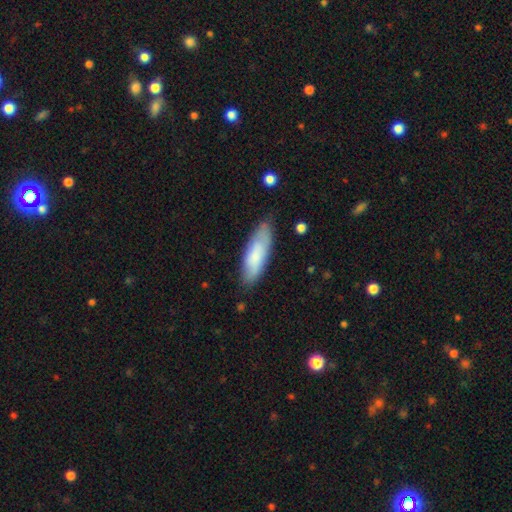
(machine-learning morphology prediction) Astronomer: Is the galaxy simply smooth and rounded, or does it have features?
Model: smooth — 76%.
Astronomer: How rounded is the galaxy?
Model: in between — 56% (runner-up: cigar-shaped, 42%).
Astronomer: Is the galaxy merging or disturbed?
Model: none — 74%.